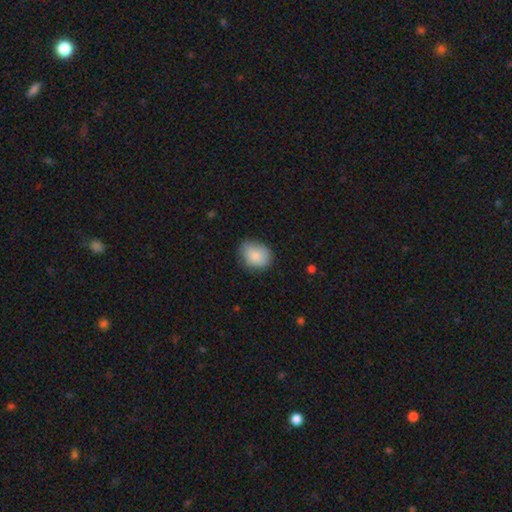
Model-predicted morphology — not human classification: Smooth or featured?
  - smooth: 85% *
  - featured or disk: 8%
  - star or artifact: 7%
How rounded?
  - in between: 51% *
  - round: 48%
  - cigar-shaped: 1%
Merging?
  - none: 70% *
  - minor disturbance: 24%
  - major disturbance: 5%
  - merger: 1%